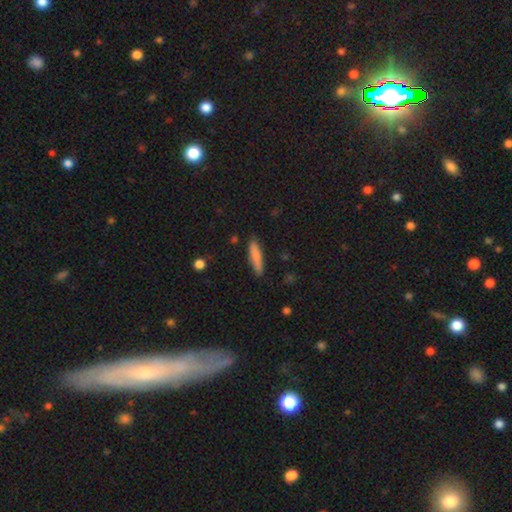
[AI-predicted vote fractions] Smooth or featured: smooth — 81% (featured or disk — 13%)
How rounded: cigar-shaped — 81% (in between — 17%)
Merging: none — 86% (minor disturbance — 10%)